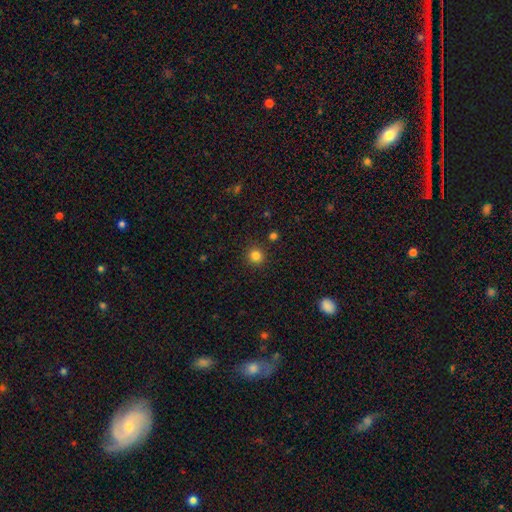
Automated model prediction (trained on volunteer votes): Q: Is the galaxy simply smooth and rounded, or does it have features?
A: smooth — 83%.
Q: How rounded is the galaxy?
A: round — 94%.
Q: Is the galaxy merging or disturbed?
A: none — 90%.